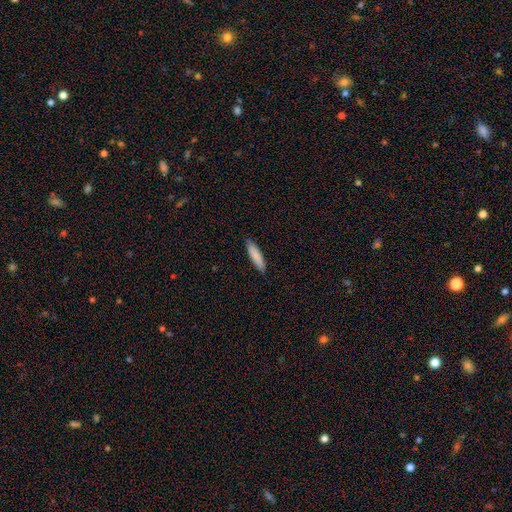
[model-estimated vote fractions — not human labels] Smooth or featured? Predicted: smooth (p=0.86). How rounded? Predicted: cigar-shaped (p=0.75). Merging? Predicted: none (p=0.89).